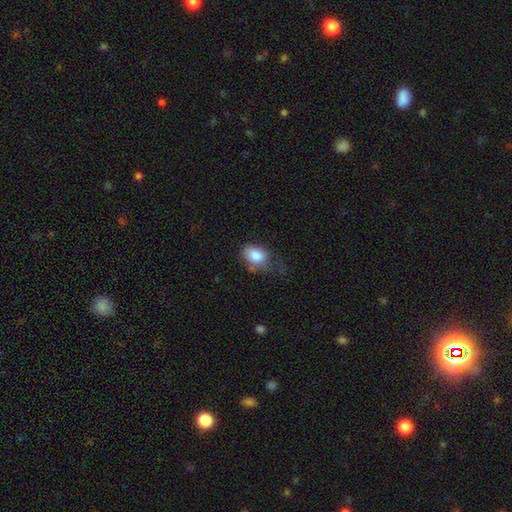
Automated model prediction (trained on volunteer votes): Smooth or featured? Predicted: smooth (p=0.83). How rounded? Predicted: in between (p=0.78). Merging? Predicted: none (p=0.48).